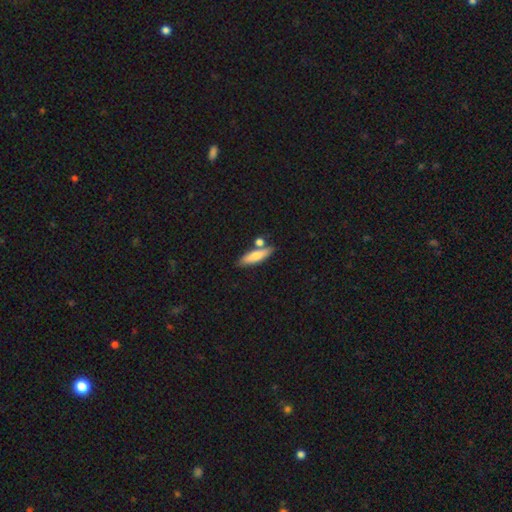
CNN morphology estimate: This is likely a smooth galaxy (74%). How rounded: likely cigar-shaped (65%). Merging: likely none (69%).